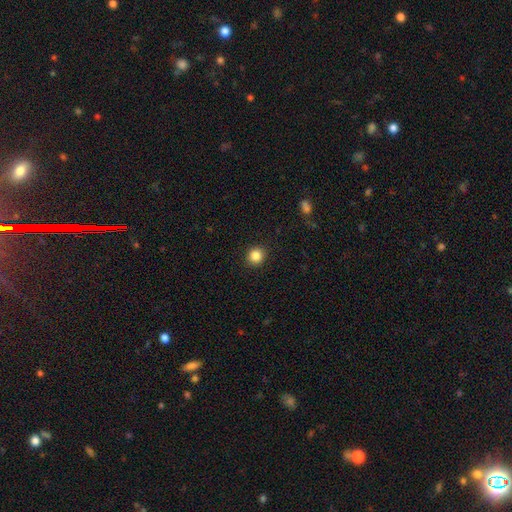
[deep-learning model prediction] A smooth galaxy with no disk features (85%) that is round (91%). Merging: none (92%).